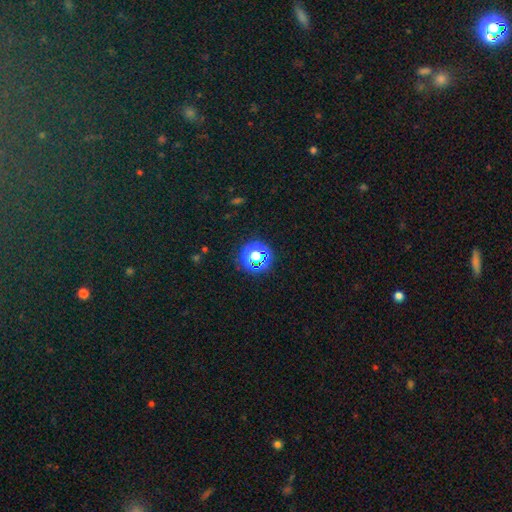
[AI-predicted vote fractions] Morphology: type=star or artifact (55%).